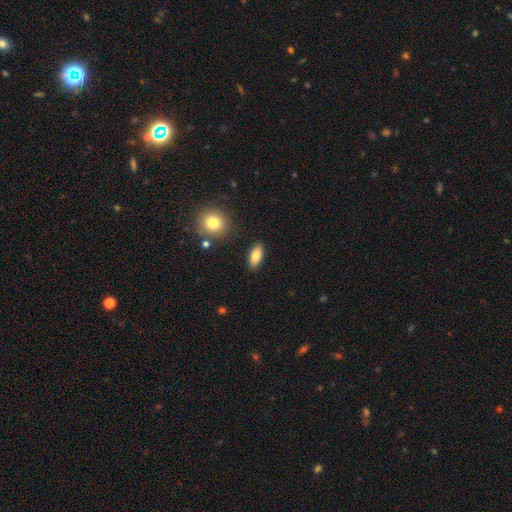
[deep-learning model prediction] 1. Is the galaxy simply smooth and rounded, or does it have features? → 79% smooth, 14% featured or disk, 7% star or artifact.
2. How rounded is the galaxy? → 82% in between, 14% cigar-shaped, 3% round.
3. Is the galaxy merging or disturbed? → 87% none, 8% minor disturbance, 2% major disturbance, 2% merger.